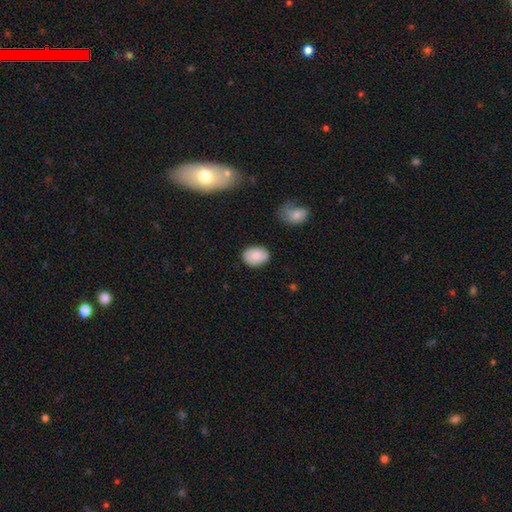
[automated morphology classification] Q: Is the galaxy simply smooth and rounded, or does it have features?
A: smooth — 84%.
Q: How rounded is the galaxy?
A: in between — 74%.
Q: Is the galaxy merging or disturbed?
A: none — 83%.